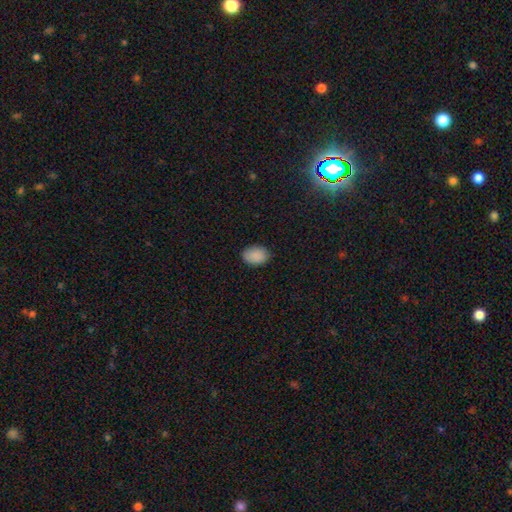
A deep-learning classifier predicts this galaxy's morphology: Q: Smooth or featured?
A: smooth (89%); runner-up: star or artifact (8%)
Q: How rounded?
A: in between (75%); runner-up: round (24%)
Q: Merging?
A: none (85%); runner-up: minor disturbance (11%)